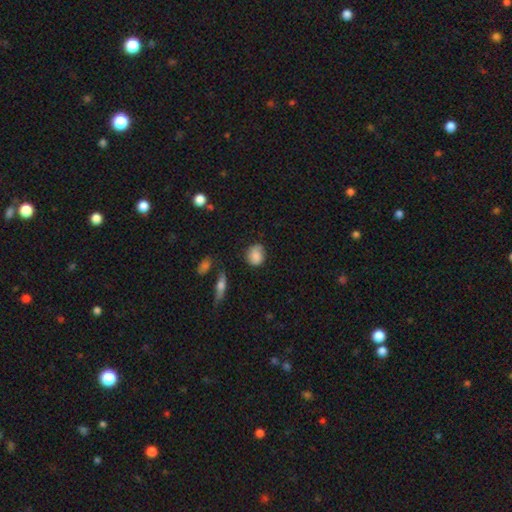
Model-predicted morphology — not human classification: Smooth or featured?
  - smooth: 82% *
  - featured or disk: 10%
  - star or artifact: 8%
How rounded?
  - round: 64% *
  - in between: 34%
  - cigar-shaped: 2%
Merging?
  - none: 73% *
  - minor disturbance: 20%
  - major disturbance: 5%
  - merger: 2%